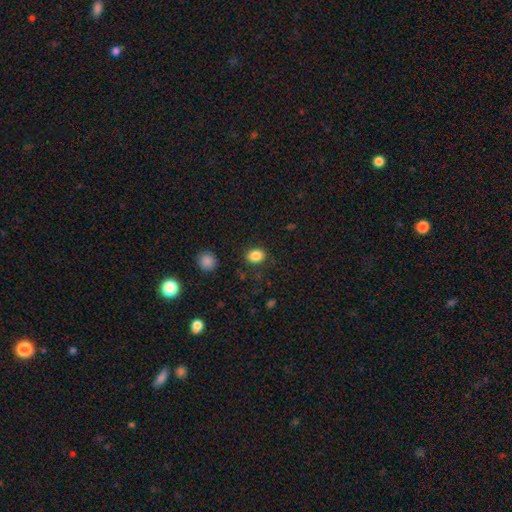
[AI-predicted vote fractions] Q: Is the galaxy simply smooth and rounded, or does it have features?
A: smooth — 86%.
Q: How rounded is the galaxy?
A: in between — 58%.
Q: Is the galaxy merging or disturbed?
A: none — 85%.